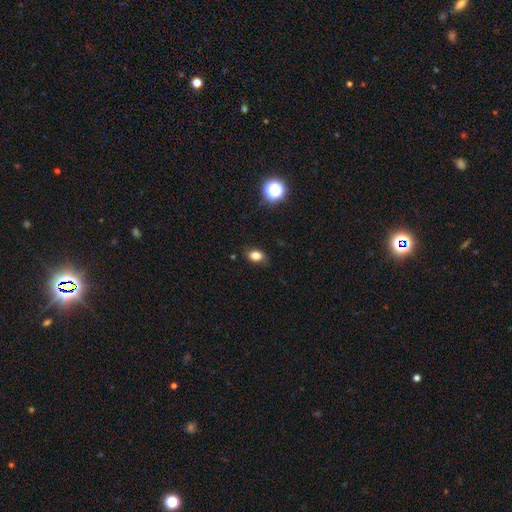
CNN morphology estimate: This is clearly a smooth galaxy (82%). How rounded: likely in between (79%). Merging: clearly none (84%).